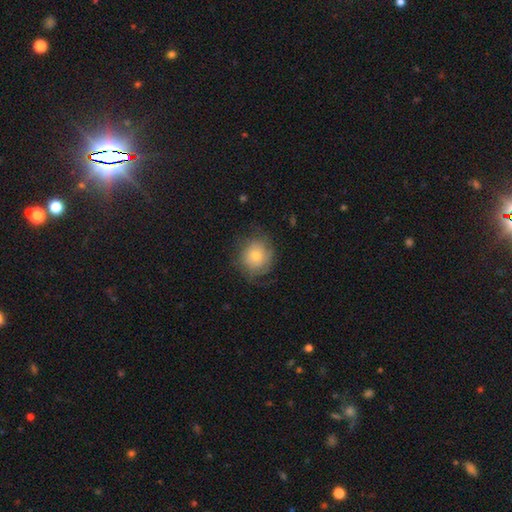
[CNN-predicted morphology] This appears to be a smooth galaxy with no disk features (64%) that is round (82%). Merging: none (65%).